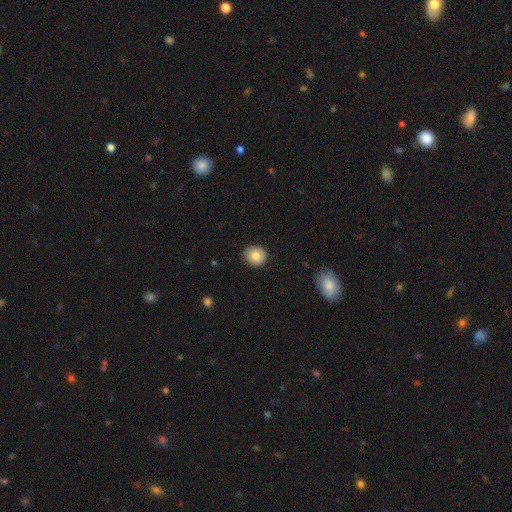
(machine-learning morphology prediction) Smooth or featured: smooth — 85% (star or artifact — 9%)
How rounded: round — 84% (in between — 15%)
Merging: none — 85% (minor disturbance — 11%)